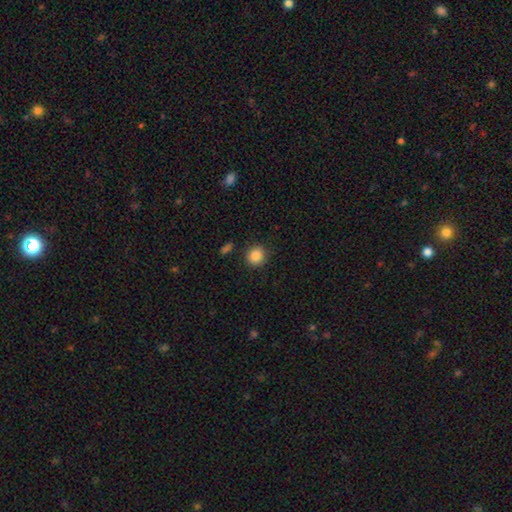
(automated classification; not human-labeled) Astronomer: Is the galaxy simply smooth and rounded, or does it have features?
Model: smooth — 86%.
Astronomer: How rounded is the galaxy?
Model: round — 90%.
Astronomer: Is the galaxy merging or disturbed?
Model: none — 89%.